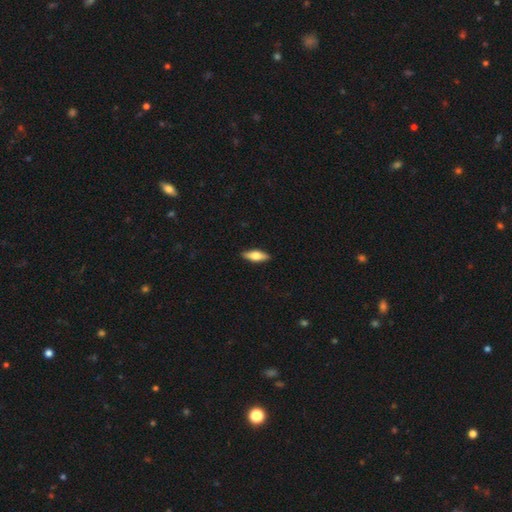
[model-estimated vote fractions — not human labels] This appears to be a smooth galaxy with no disk features (59%) that is in between round and cigar-shaped (60%). Merging: none (90%).